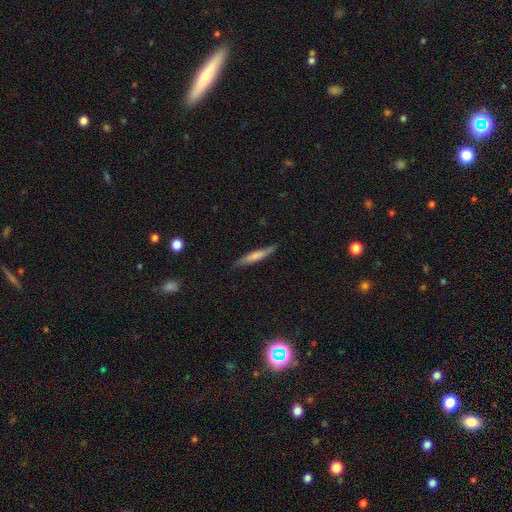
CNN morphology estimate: A smooth galaxy with no disk features (64%) that is cigar-shaped (92%).

Vote fractions:
- Smooth or featured? smooth: 64% / featured or disk: 30% / star or artifact: 6%
- How rounded? cigar-shaped: 92% / in between: 7% / round: 1%
- Merging? none: 82% / minor disturbance: 14% / major disturbance: 2% / merger: 1%